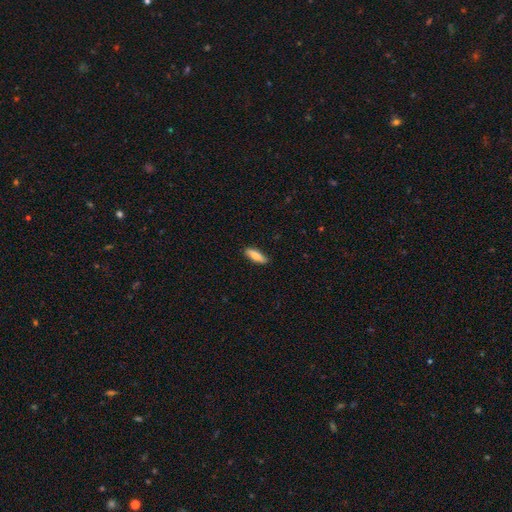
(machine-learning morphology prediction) type=smooth (80%); roundness=in between (50%); merging=none (86%).